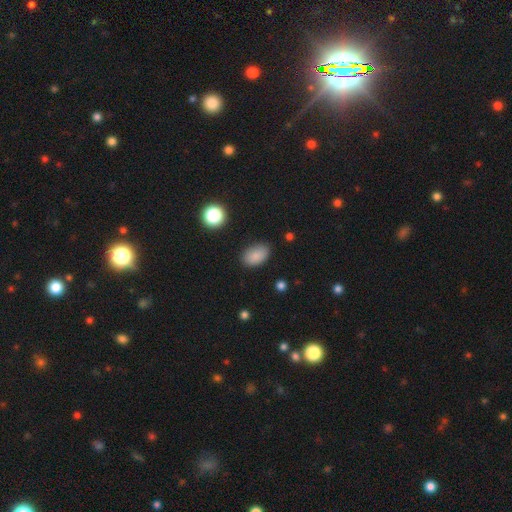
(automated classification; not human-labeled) A smooth galaxy with no disk features (87%) that is in between round and cigar-shaped (90%).

Vote fractions:
- Smooth or featured? smooth: 87% / star or artifact: 9% / featured or disk: 4%
- How rounded? in between: 90% / round: 9% / cigar-shaped: 1%
- Merging? none: 82% / minor disturbance: 13% / major disturbance: 3% / merger: 1%